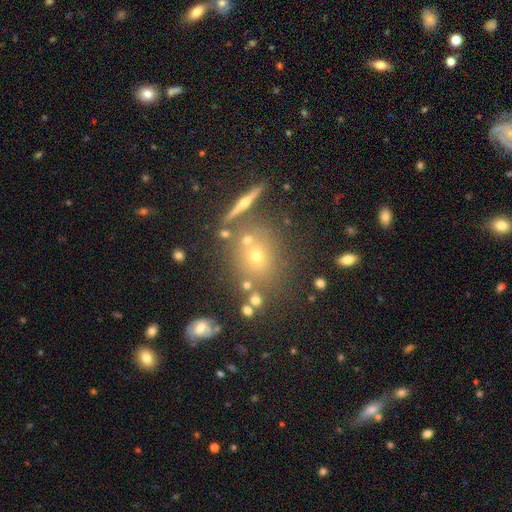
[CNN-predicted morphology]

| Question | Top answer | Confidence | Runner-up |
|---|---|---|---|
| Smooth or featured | smooth | 41% | star or artifact (38%) |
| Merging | none | 69% | merger (15%) |